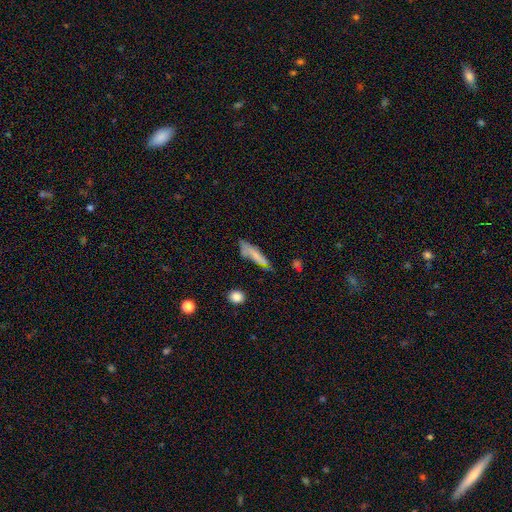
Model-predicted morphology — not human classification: This is likely a smooth galaxy (61%). How rounded: likely cigar-shaped (72%). Merging: possibly none (55%).